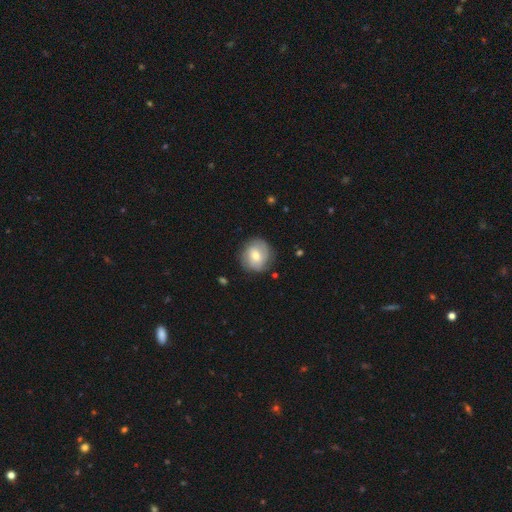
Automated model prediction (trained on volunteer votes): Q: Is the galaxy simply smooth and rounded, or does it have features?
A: smooth — 50%.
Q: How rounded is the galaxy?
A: round — 85%.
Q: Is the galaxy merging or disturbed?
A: none — 79%.